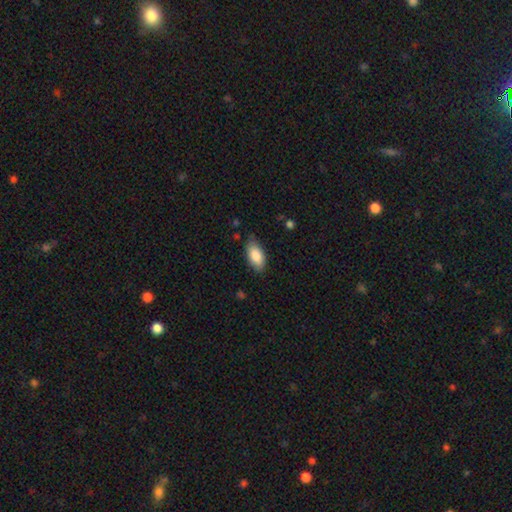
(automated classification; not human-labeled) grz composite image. It shows a smooth galaxy with no disk features (86%) that is in between round and cigar-shaped (92%). Merging: none (78%).